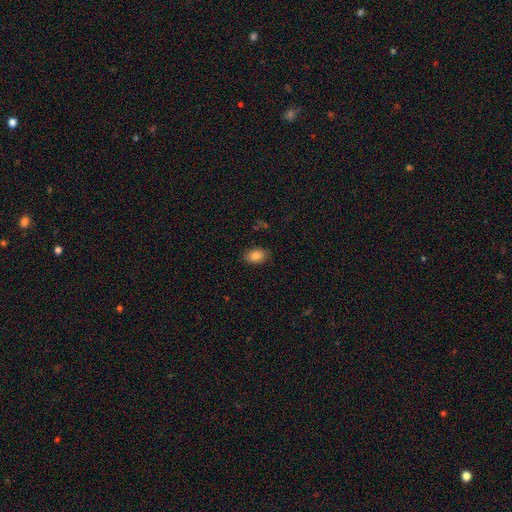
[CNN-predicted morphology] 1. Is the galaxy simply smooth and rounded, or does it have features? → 85% smooth, 9% star or artifact, 6% featured or disk.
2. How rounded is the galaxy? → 88% in between, 11% round, 1% cigar-shaped.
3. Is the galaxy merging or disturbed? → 87% none, 10% minor disturbance, 2% major disturbance, 1% merger.